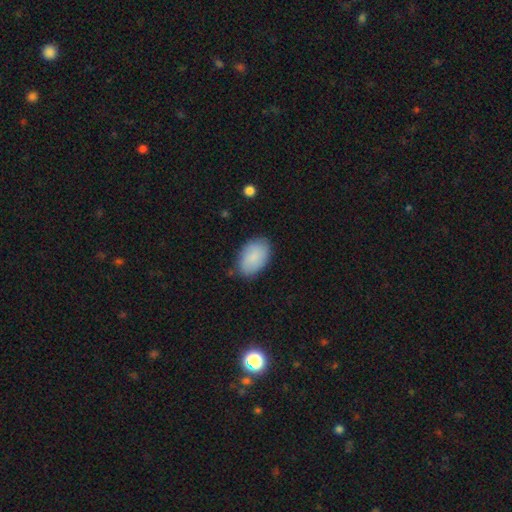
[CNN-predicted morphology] smooth-or-featured: smooth: 87% | featured or disk: 7% | star or artifact: 6%
  how-rounded: in between: 92% | round: 7% | cigar-shaped: 1%
  merging: none: 80% | minor disturbance: 15% | major disturbance: 3% | merger: 1%